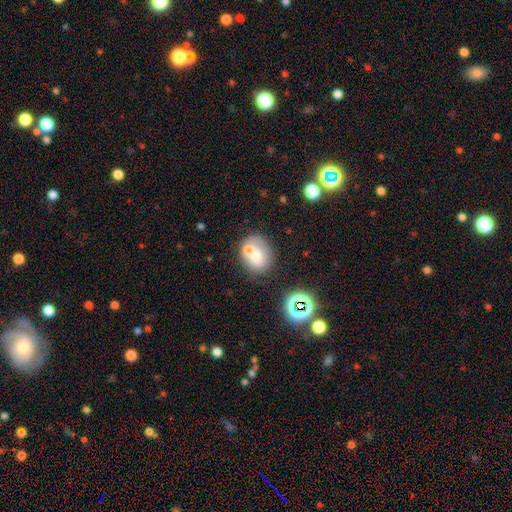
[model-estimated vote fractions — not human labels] Smooth or featured? smooth (59%)
How rounded? round (58%)
Merging? merger (45%)